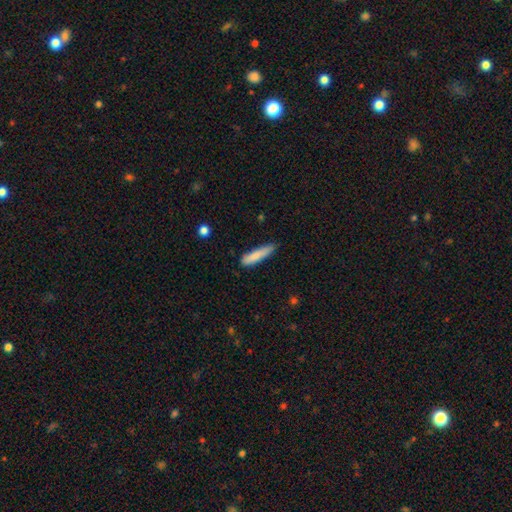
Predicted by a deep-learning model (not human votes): Smooth or featured? smooth (82%)
How rounded? cigar-shaped (84%)
Merging? none (73%)